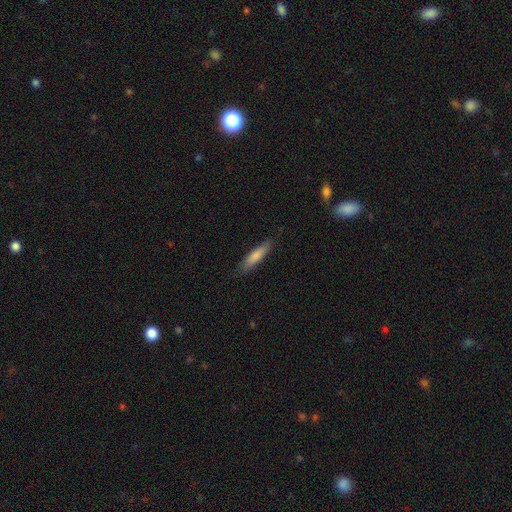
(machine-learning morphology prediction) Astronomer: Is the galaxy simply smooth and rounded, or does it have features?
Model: smooth — 80%.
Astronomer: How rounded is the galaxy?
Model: cigar-shaped — 74%.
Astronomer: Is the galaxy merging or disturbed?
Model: none — 84%.